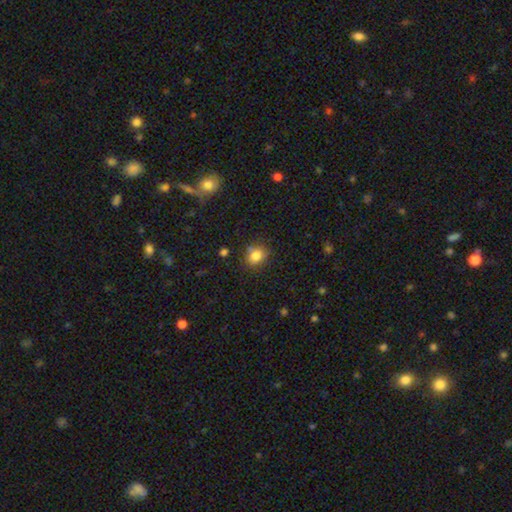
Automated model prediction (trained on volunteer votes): smooth_or_featured: smooth (p=0.82) [alt: star or artifact p=0.11]
how_rounded: round (p=0.61) [alt: in between p=0.38]
merging: none (p=0.74) [alt: minor disturbance p=0.17]